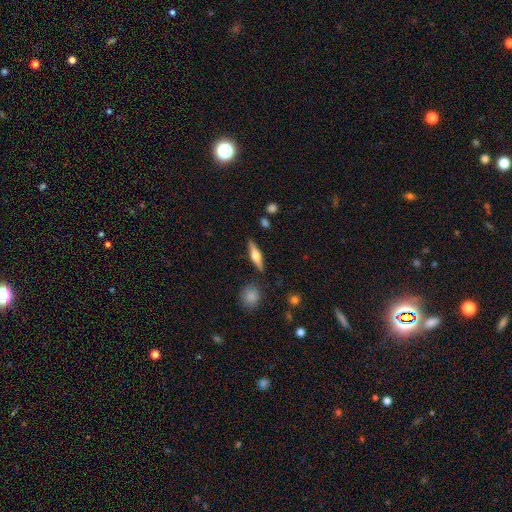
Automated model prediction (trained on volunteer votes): A featured or disk galaxy (58%) viewed edge-on (95%) with a rounded central bulge (91%). Merging: none (87%).